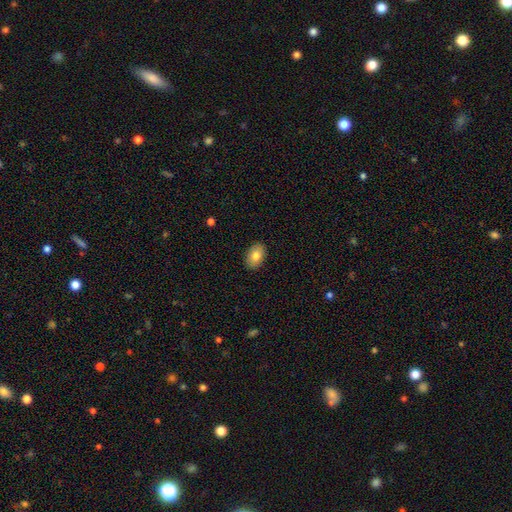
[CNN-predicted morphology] Smooth or featured? Predicted: smooth (p=0.80). How rounded? Predicted: in between (p=0.86). Merging? Predicted: none (p=0.90).